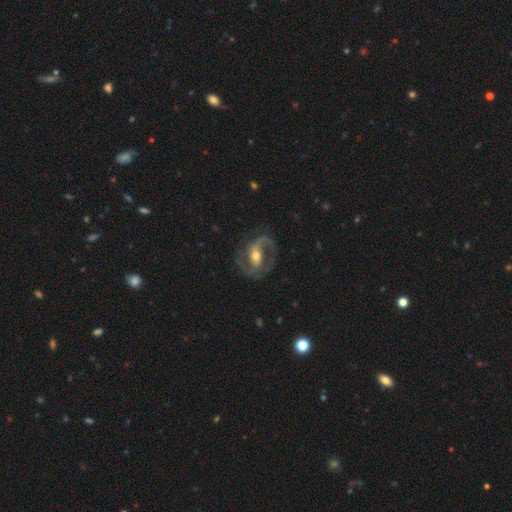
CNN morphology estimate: A featured or disk galaxy (88%) with a strong bar (43%), 2 (87%) medium (56%) spiral arms (94%) and a moderate central bulge (60%).

Vote fractions:
- Smooth or featured? featured or disk: 88% / smooth: 7% / star or artifact: 5%
- Edge-on disk? no: 97% / yes: 3%
- Bar? strong: 43% / weak: 37% / no: 20%
- Spiral arms? yes: 94% / no: 6%
- Spiral winding? medium: 56% / tight: 27% / loose: 17%
- Spiral arm count? 2: 87% / 1: 4% / can't tell: 4% / 3: 2% / 4: 1% / more than 4: 1%
- Bulge size? moderate: 60% / small: 33% / large: 4% / none: 1% / dominant: 1%
- Merging? none: 76% / minor disturbance: 14% / major disturbance: 9% / merger: 1%